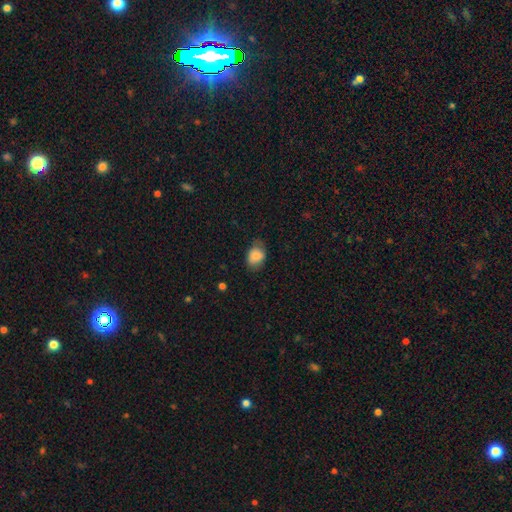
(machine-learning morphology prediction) type=smooth (83%); roundness=in between (72%); merging=none (65%).